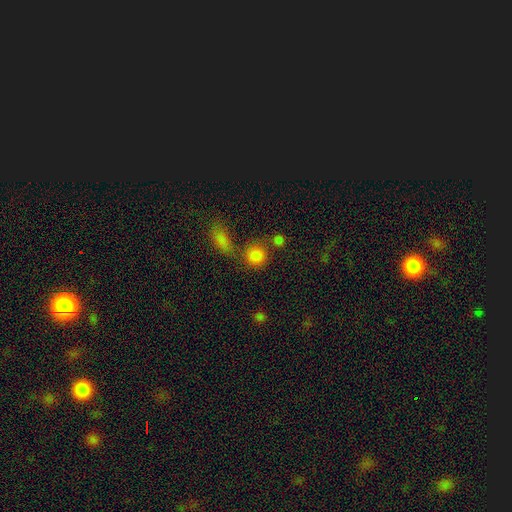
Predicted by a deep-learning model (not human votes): Q: Smooth or featured?
A: smooth (83%); runner-up: star or artifact (11%)
Q: How rounded?
A: round (86%); runner-up: in between (13%)
Q: Merging?
A: none (63%); runner-up: merger (21%)